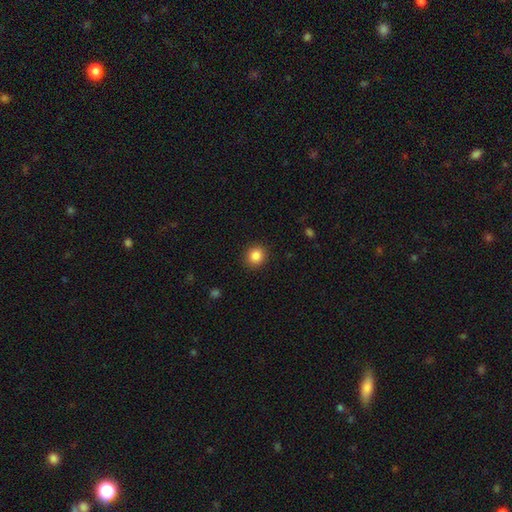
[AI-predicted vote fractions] Smooth or featured? smooth (86%)
How rounded? round (87%)
Merging? none (91%)